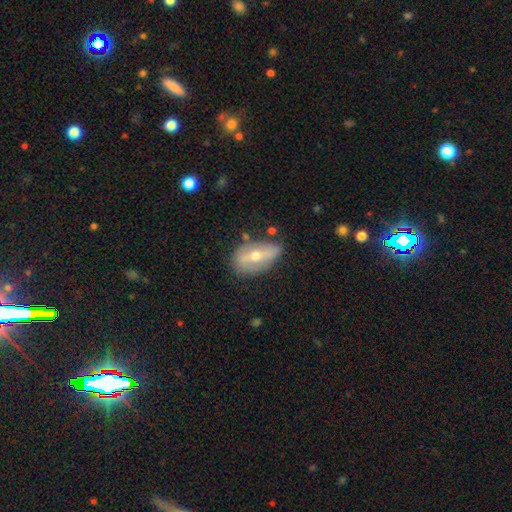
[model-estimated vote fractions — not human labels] smooth_or_featured: featured or disk (p=0.55) [alt: smooth p=0.37]
disk_edge_on: no (p=0.82) [alt: yes p=0.18]
merging: none (p=0.69) [alt: minor disturbance p=0.22]